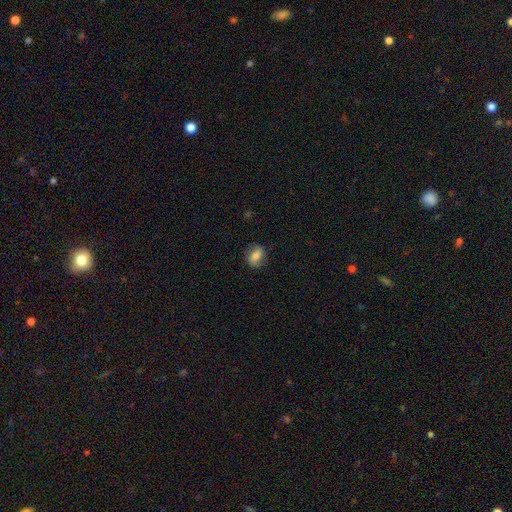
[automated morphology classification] A smooth galaxy with no disk features (73%) that is in between round and cigar-shaped (65%). Merging: none (79%).